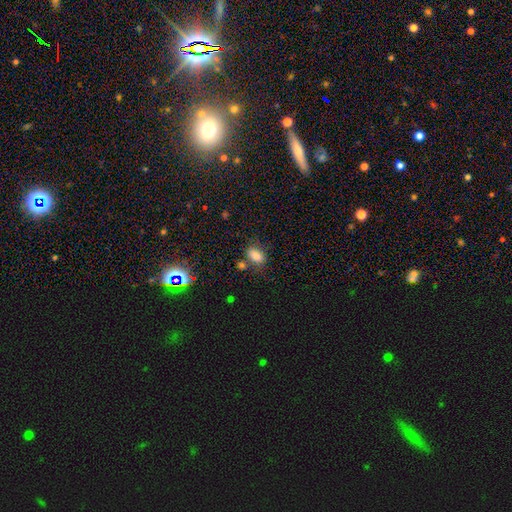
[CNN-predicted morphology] A smooth galaxy with no disk features (81%) that is in between round and cigar-shaped (84%).

Vote fractions:
- Smooth or featured? smooth: 81% / star or artifact: 12% / featured or disk: 7%
- How rounded? in between: 84% / round: 13% / cigar-shaped: 2%
- Merging? none: 65% / minor disturbance: 17% / merger: 13% / major disturbance: 5%